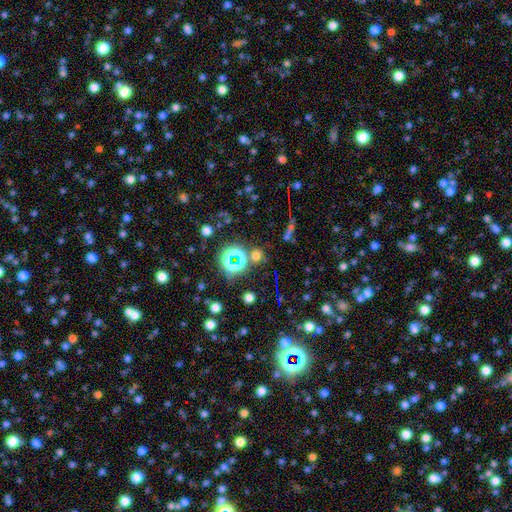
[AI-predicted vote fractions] A star or artifact, not a galaxy (50%).

Vote fractions:
- Smooth or featured? star or artifact: 50% / smooth: 42% / featured or disk: 8%